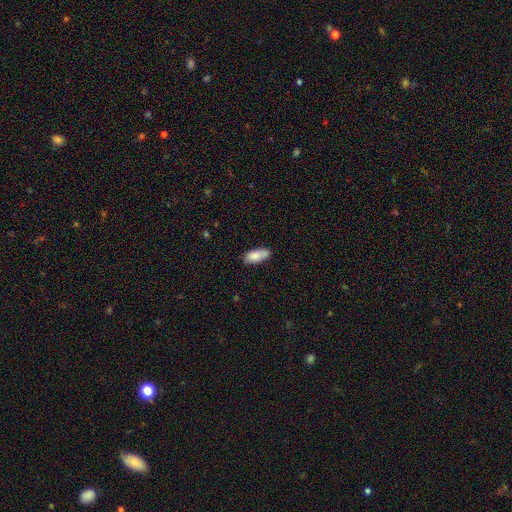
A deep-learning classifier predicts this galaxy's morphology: smooth-or-featured: smooth: 84% | featured or disk: 9% | star or artifact: 7%
  how-rounded: in between: 86% | cigar-shaped: 12% | round: 2%
  merging: none: 73% | minor disturbance: 21% | major disturbance: 3% | merger: 2%